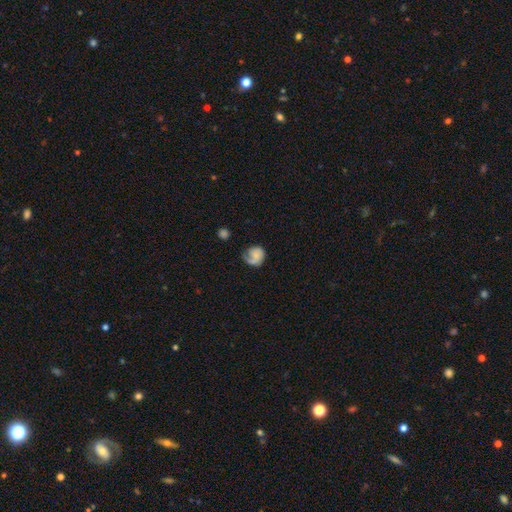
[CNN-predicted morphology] featured or disk 47%, smooth 45%, star or artifact 8%. Down the decision tree: merging — none (46%).